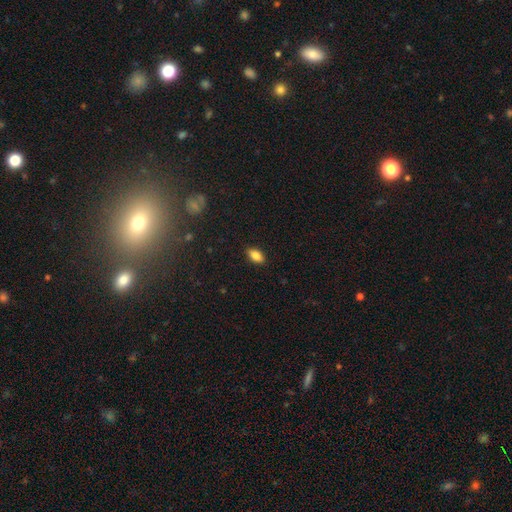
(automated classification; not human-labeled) smooth 84%, star or artifact 8%, featured or disk 7%. Down the decision tree: how rounded — in between (90%); merging — none (88%).